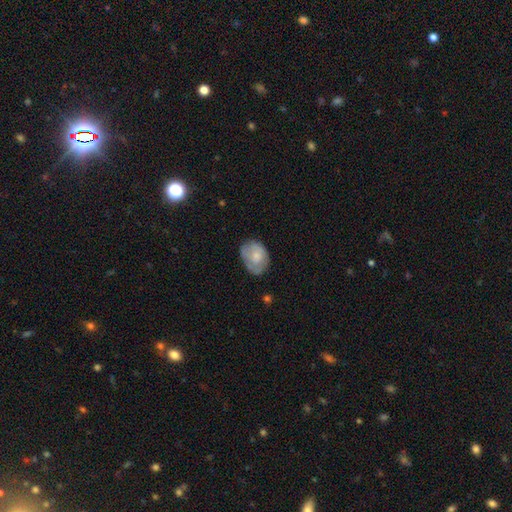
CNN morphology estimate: Q: Smooth or featured?
A: smooth (66%); runner-up: featured or disk (28%)
Q: How rounded?
A: in between (69%); runner-up: round (30%)
Q: Merging?
A: none (62%); runner-up: minor disturbance (28%)